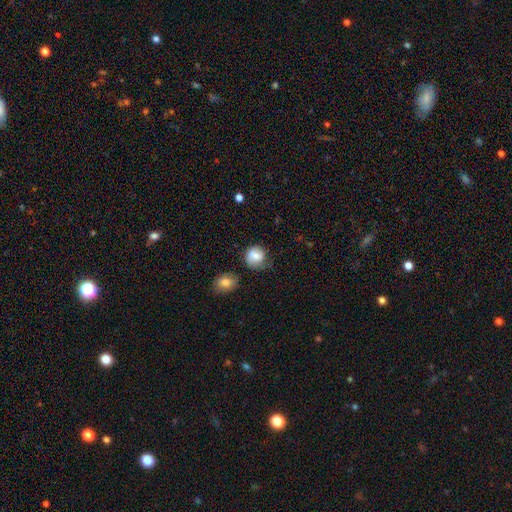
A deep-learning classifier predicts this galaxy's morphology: This is likely a smooth galaxy (70%). How rounded: clearly round (81%). Merging: possibly none (55%).